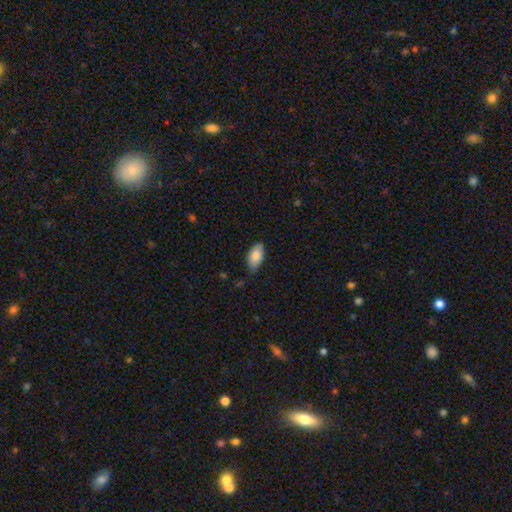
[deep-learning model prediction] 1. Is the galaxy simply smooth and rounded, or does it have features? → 84% smooth, 9% featured or disk, 7% star or artifact.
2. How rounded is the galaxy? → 94% in between, 3% round, 3% cigar-shaped.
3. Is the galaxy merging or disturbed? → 71% none, 24% minor disturbance, 3% major disturbance, 1% merger.